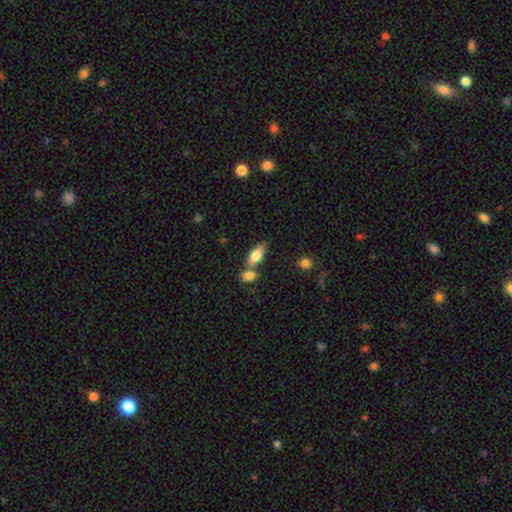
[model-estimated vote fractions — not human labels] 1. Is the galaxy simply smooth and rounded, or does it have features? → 73% smooth, 20% featured or disk, 7% star or artifact.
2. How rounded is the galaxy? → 76% in between, 20% cigar-shaped, 4% round.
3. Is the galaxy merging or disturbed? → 49% none, 37% merger, 11% minor disturbance, 4% major disturbance.